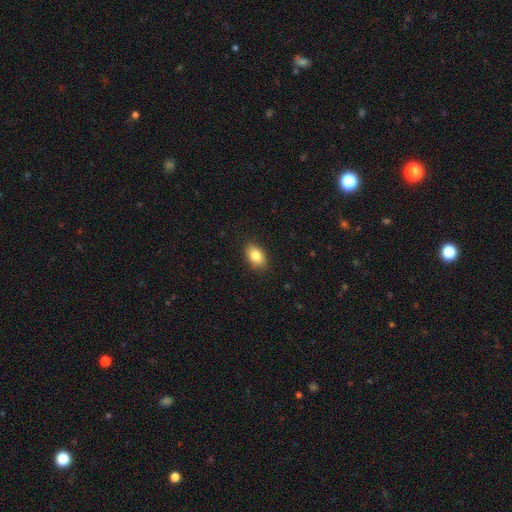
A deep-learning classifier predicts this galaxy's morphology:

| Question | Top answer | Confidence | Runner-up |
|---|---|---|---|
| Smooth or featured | smooth | 85% | featured or disk (8%) |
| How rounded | in between | 89% | round (10%) |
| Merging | none | 88% | minor disturbance (9%) |